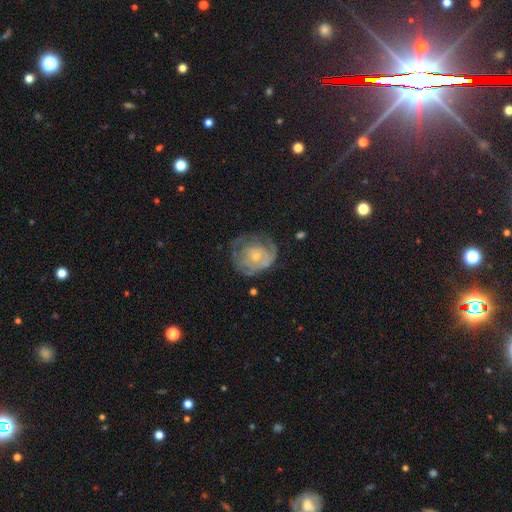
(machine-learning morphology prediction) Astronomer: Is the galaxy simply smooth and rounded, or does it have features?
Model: featured or disk — 63%.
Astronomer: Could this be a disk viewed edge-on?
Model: no — 97%.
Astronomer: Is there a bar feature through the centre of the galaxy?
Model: no — 82%.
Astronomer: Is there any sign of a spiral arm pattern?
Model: yes — 73%.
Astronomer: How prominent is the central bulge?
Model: small — 63%.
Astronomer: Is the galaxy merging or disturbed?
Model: none — 59%.